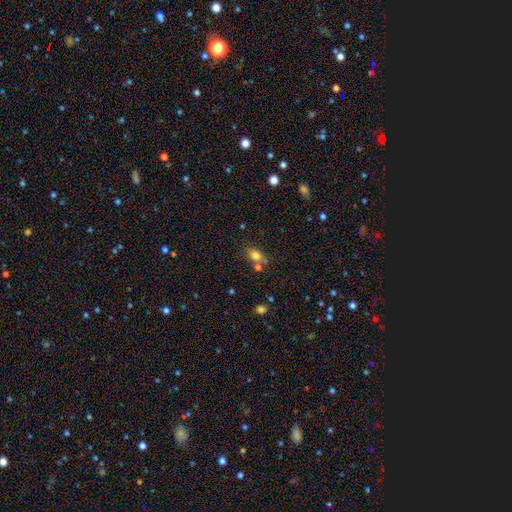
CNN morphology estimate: Q: Smooth or featured?
A: smooth (76%); runner-up: star or artifact (13%)
Q: How rounded?
A: in between (61%); runner-up: round (37%)
Q: Merging?
A: none (59%); runner-up: merger (23%)